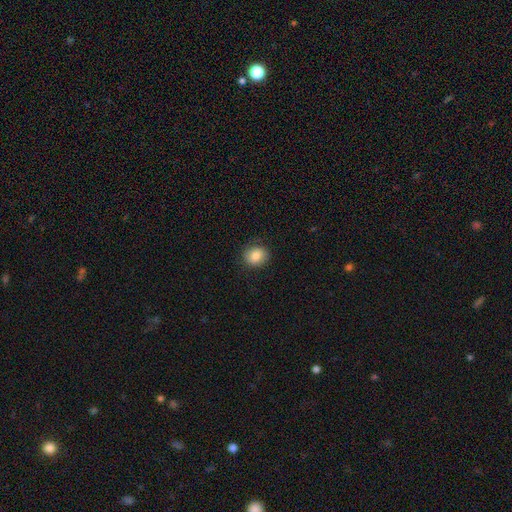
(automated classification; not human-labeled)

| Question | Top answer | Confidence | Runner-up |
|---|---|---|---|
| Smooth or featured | smooth | 81% | featured or disk (10%) |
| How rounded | round | 64% | in between (35%) |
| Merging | none | 82% | minor disturbance (13%) |